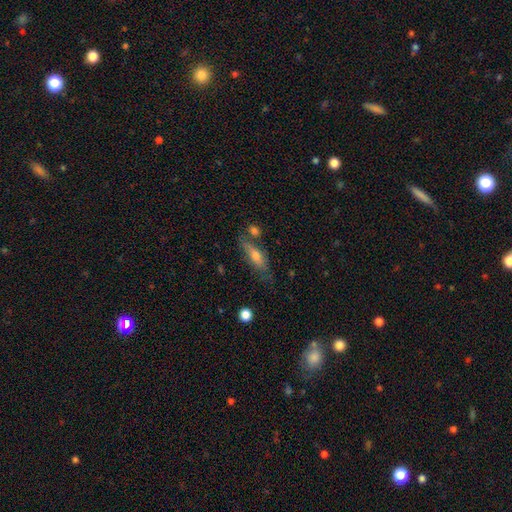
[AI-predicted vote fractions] This is possibly a smooth galaxy (51%). How rounded: possibly cigar-shaped (51%). Merging: possibly none (60%).